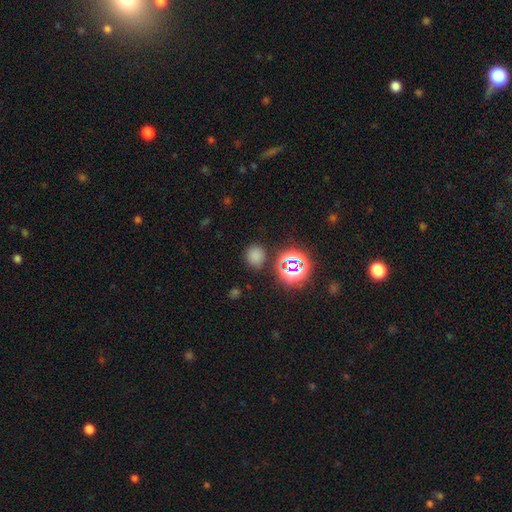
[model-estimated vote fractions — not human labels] Overall: smooth (70%). How rounded: round (73%). Merging: none (82%).